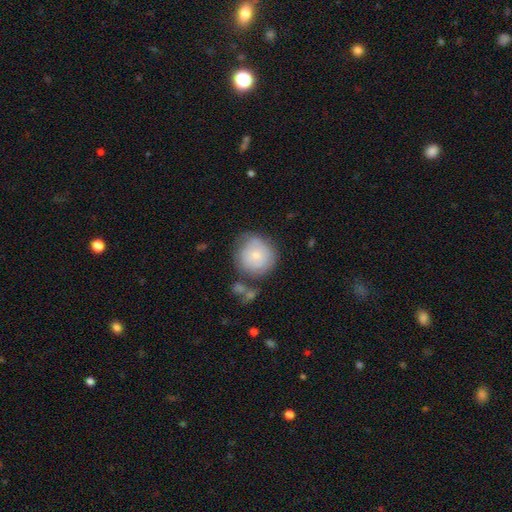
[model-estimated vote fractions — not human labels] Smooth or featured?
  - smooth: 70% *
  - featured or disk: 24%
  - star or artifact: 7%
How rounded?
  - round: 92% *
  - in between: 7%
  - cigar-shaped: 1%
Merging?
  - none: 59% *
  - minor disturbance: 23%
  - merger: 9%
  - major disturbance: 9%